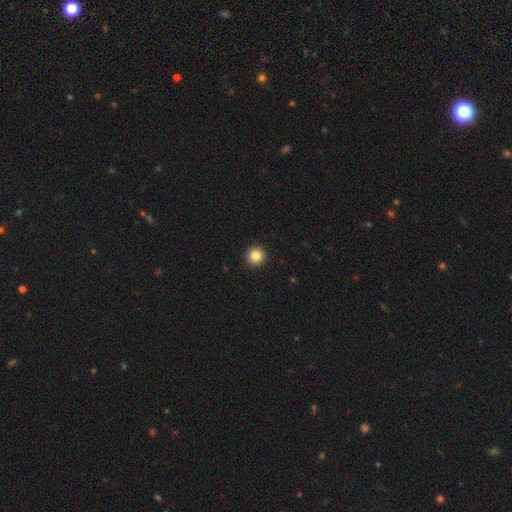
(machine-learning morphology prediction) A smooth galaxy with no disk features (85%) that is round (96%). Merging: none (94%).